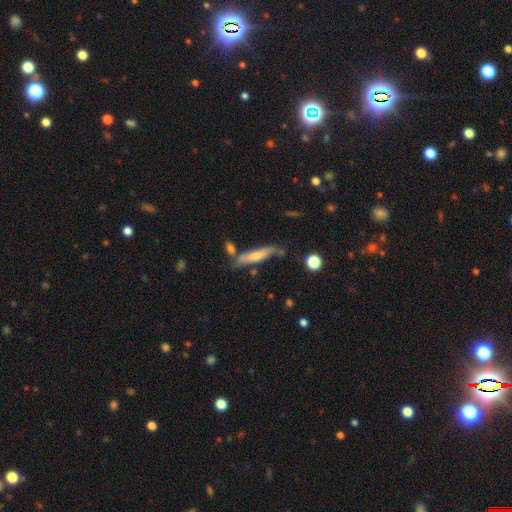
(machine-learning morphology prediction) Overall: smooth (59%; featured or disk 34%). How rounded: cigar-shaped (83%). Merging: none (60%; minor disturbance 23%).